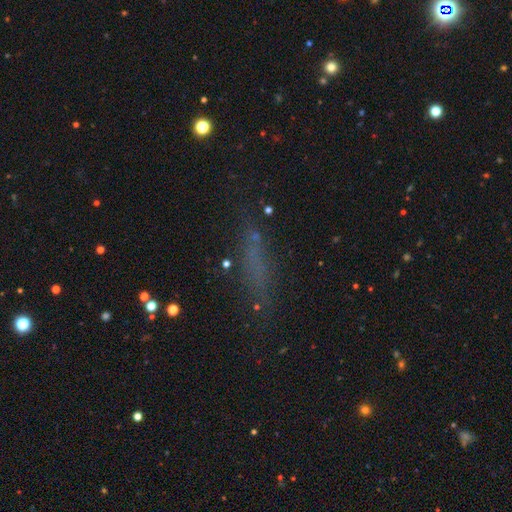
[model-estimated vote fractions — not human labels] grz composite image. It shows a smooth galaxy with no disk features (53%) that is cigar-shaped (78%). Merging: none (72%).